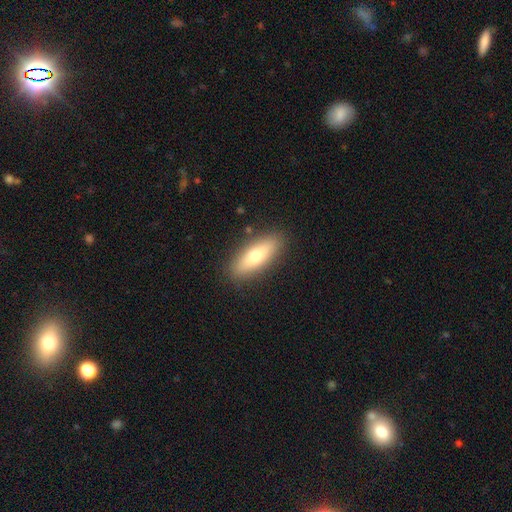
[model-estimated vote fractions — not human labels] smooth 66%, featured or disk 27%, star or artifact 7%. Down the decision tree: how rounded — in between (62%); merging — none (88%).